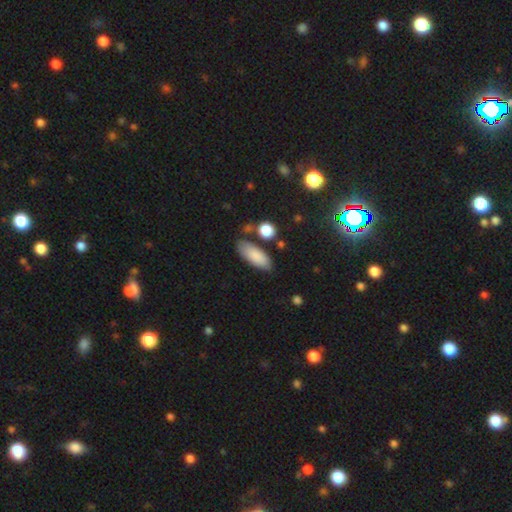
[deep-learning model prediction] Smooth or featured? smooth (85%)
How rounded? in between (77%)
Merging? none (75%)